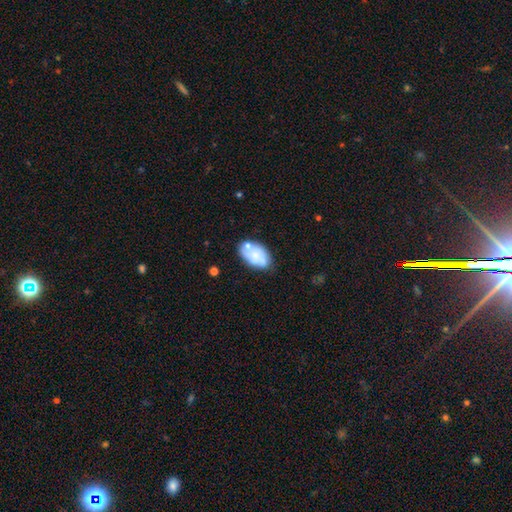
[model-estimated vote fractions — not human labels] Smooth or featured? smooth (66%)
How rounded? in between (92%)
Merging? none (55%)